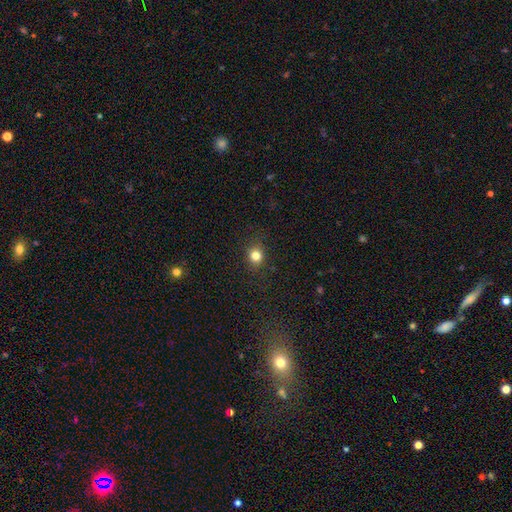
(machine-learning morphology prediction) type=smooth (81%); roundness=round (81%); merging=none (87%).